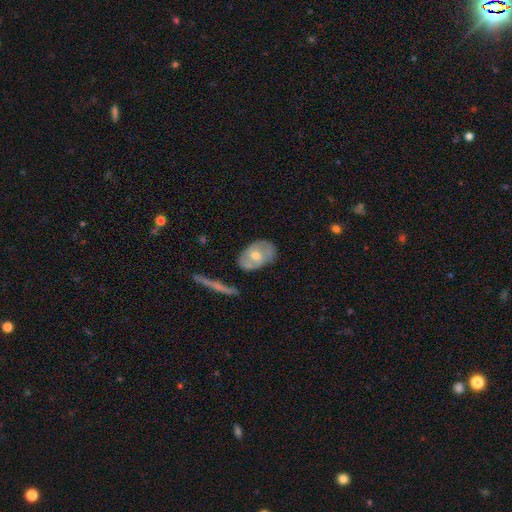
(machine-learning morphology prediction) smooth_or_featured: featured or disk (p=0.52) [alt: smooth p=0.42]
disk_edge_on: no (p=0.88) [alt: yes p=0.12]
merging: none (p=0.72) [alt: minor disturbance p=0.19]